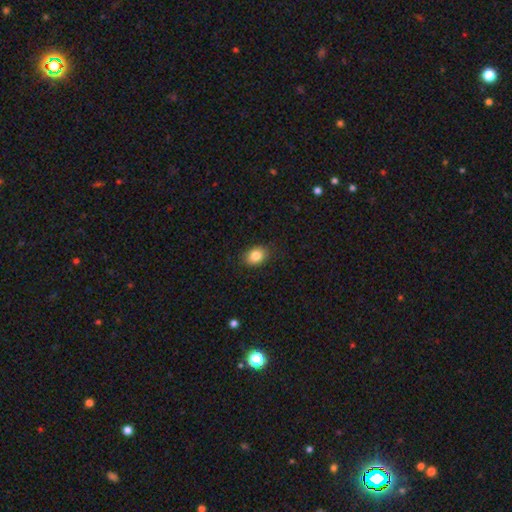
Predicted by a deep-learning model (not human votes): smooth-or-featured: smooth: 84% | star or artifact: 9% | featured or disk: 7%
  how-rounded: in between: 66% | round: 33% | cigar-shaped: 1%
  merging: none: 87% | minor disturbance: 10% | major disturbance: 2% | merger: 1%